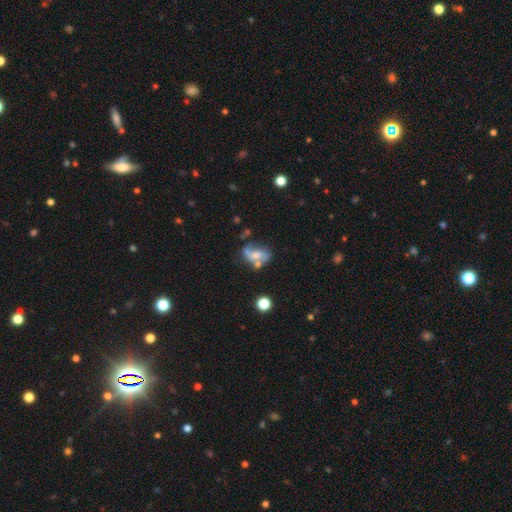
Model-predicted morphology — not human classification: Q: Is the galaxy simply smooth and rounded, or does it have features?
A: featured or disk — 54%.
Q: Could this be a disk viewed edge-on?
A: no — 95%.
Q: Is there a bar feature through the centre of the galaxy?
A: no — 58%.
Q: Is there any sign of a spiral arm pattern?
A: yes — 61%.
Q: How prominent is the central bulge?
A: moderate — 45%.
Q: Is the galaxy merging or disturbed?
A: none — 38%.